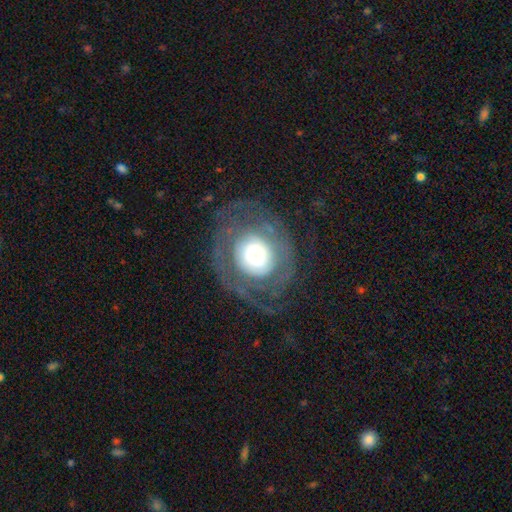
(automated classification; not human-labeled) A featured or disk galaxy (69%) with no bar (82%), spiral arms (74%) and a large central bulge (42%).

Vote fractions:
- Smooth or featured? featured or disk: 69% / smooth: 24% / star or artifact: 7%
- Edge-on disk? no: 96% / yes: 4%
- Bar? no: 82% / weak: 13% / strong: 6%
- Spiral arms? yes: 74% / no: 26%
- Bulge size? large: 42% / moderate: 29% / dominant: 17% / small: 10% / none: 1%
- Merging? none: 66% / major disturbance: 19% / minor disturbance: 13% / merger: 2%